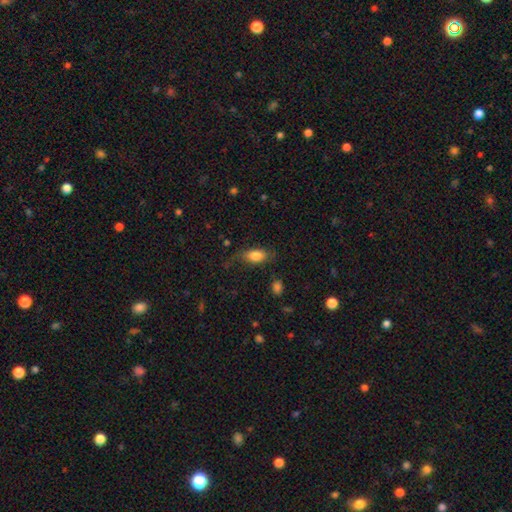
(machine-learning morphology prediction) Overall: smooth (79%). How rounded: in between (86%). Merging: none (64%).